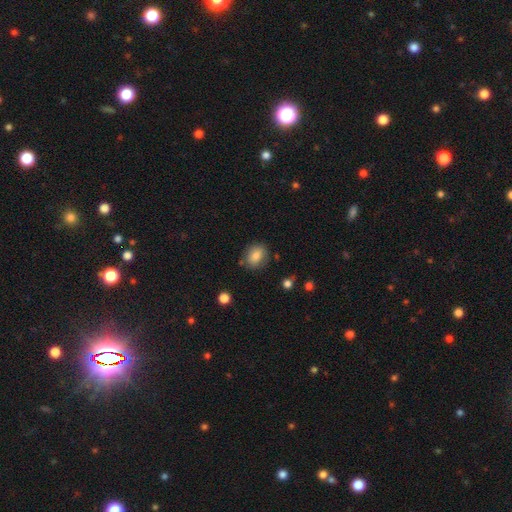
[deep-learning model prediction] A smooth galaxy with no disk features (82%) that is in between round and cigar-shaped (58%).

Vote fractions:
- Smooth or featured? smooth: 82% / featured or disk: 9% / star or artifact: 9%
- How rounded? in between: 58% / round: 41% / cigar-shaped: 1%
- Merging? none: 78% / minor disturbance: 15% / major disturbance: 4% / merger: 3%